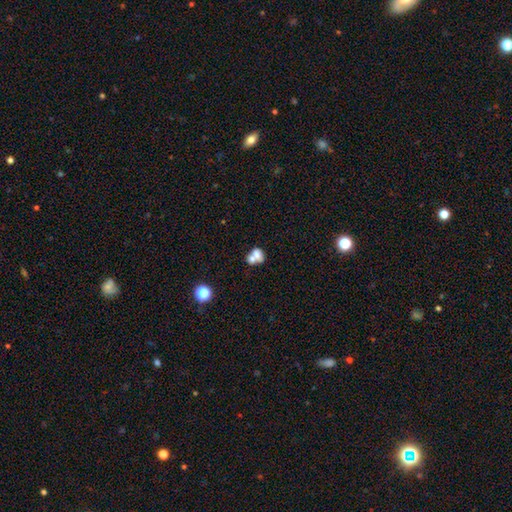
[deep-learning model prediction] smooth-or-featured: smooth: 66% | featured or disk: 22% | star or artifact: 12%
  how-rounded: round: 50% | in between: 49% | cigar-shaped: 1%
  merging: merger: 60% | none: 27% | minor disturbance: 8% | major disturbance: 5%